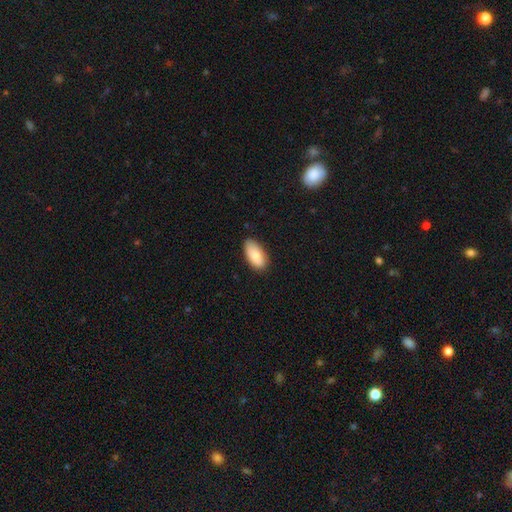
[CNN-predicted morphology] Smooth or featured? smooth (80%)
How rounded? in between (93%)
Merging? none (78%)